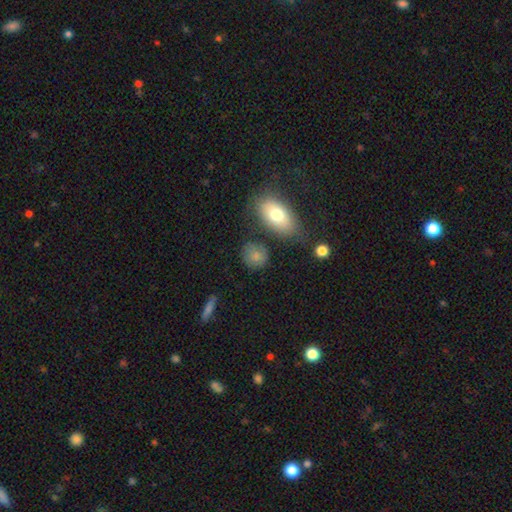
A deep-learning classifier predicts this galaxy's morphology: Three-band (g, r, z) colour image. It shows a smooth galaxy with no disk features (80%) that is round (68%). Merging: none (72%).